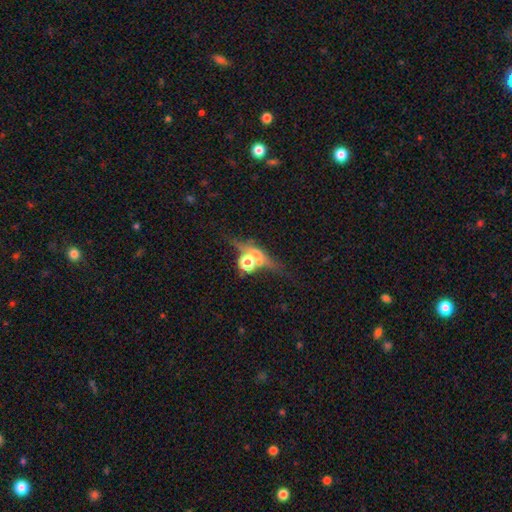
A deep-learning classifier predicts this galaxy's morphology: A featured or disk galaxy (37%, tied with smooth).

Vote fractions:
- Smooth or featured? featured or disk: 37% (tied) / smooth: 37% (tied) / star or artifact: 26%
- Merging? none: 53% / merger: 23% / minor disturbance: 13% / major disturbance: 12%